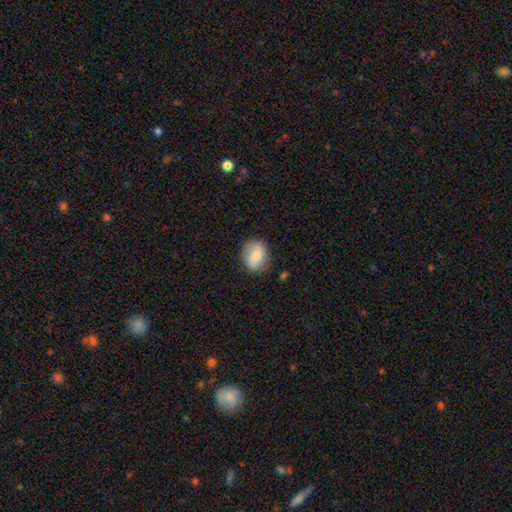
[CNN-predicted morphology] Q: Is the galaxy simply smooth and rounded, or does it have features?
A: smooth — 62%.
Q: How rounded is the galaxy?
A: round — 57%.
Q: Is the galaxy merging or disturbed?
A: none — 79%.